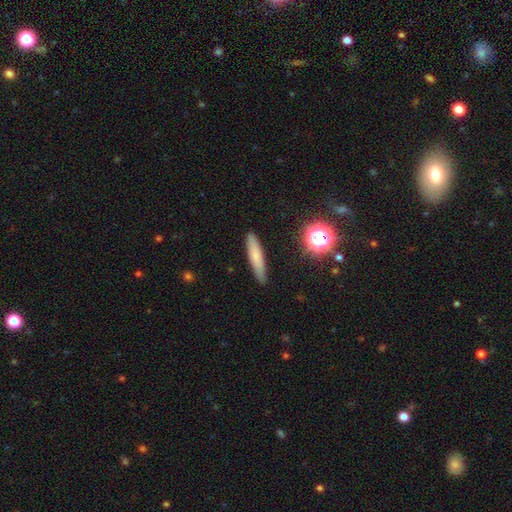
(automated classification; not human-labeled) This is likely a smooth galaxy (70%). How rounded: clearly cigar-shaped (87%). Merging: clearly none (87%).